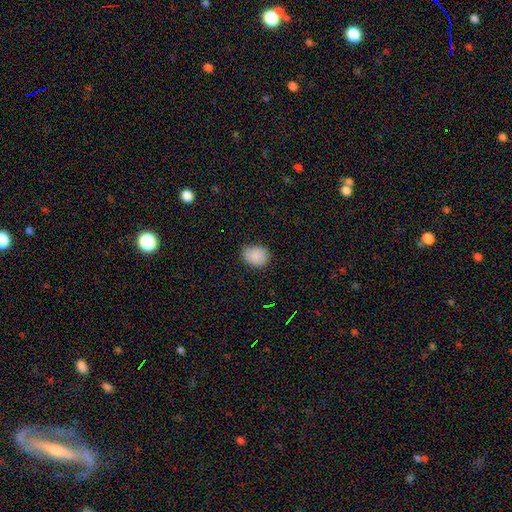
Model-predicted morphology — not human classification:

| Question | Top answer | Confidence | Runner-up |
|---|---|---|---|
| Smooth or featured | smooth | 88% | star or artifact (8%) |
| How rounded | in between | 57% | round (42%) |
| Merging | none | 79% | minor disturbance (17%) |